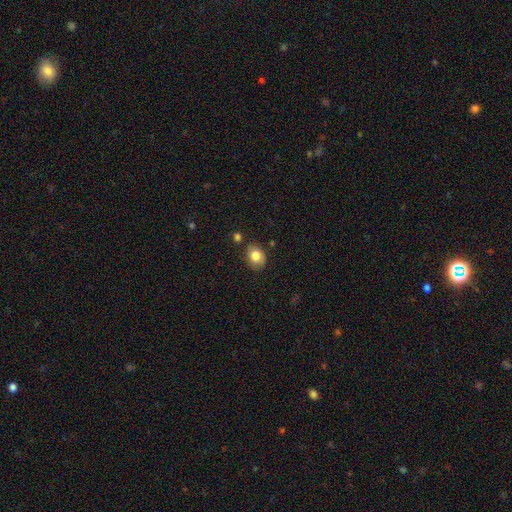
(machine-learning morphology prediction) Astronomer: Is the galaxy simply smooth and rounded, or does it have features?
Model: smooth — 82%.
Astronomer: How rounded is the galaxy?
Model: in between — 56% (runner-up: round, 43%).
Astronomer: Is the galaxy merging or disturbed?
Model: none — 77%.